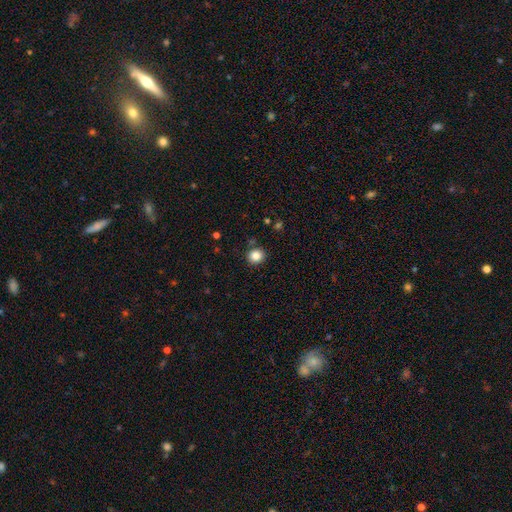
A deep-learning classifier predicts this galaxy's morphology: smooth 85%, star or artifact 11%, featured or disk 4%. Down the decision tree: how rounded — round (87%); merging — none (88%).